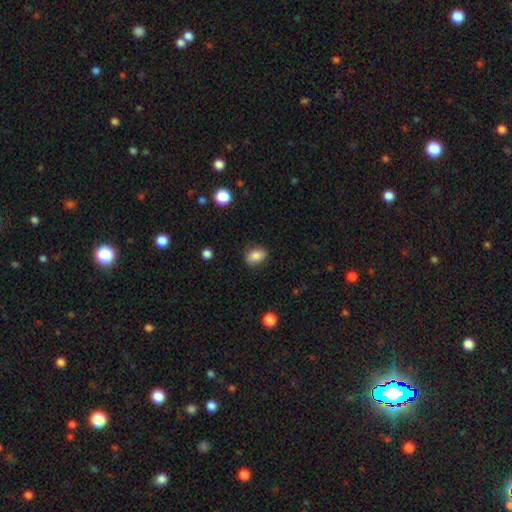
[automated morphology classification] This appears to be a smooth galaxy with no disk features (85%) that is in between round and cigar-shaped (76%). Merging: none (81%).